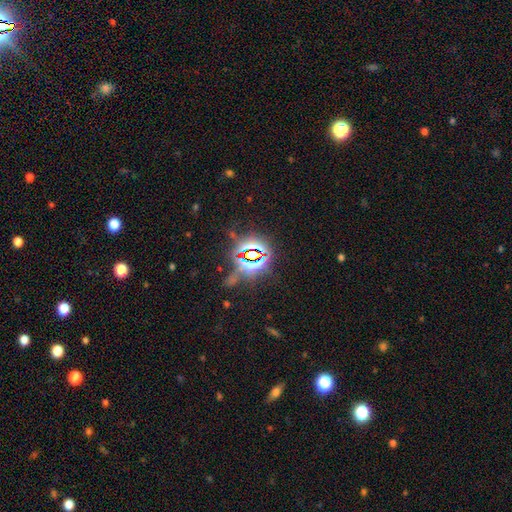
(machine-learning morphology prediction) The model was most divided on "smooth or featured": star or artifact: 83%, smooth: 10%, featured or disk: 7%.